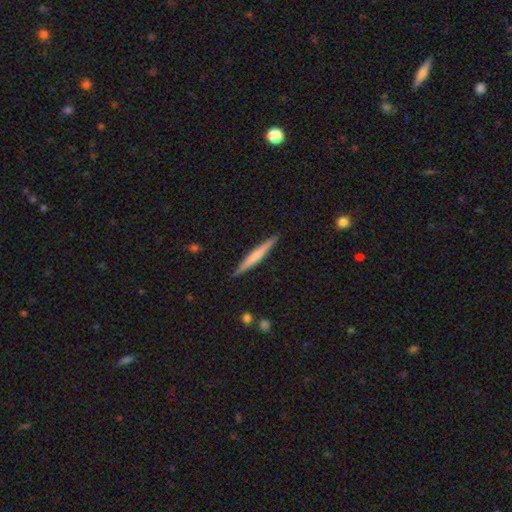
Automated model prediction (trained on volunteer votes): This is possibly a smooth galaxy (56%). How rounded: clearly cigar-shaped (96%). Merging: clearly none (90%).